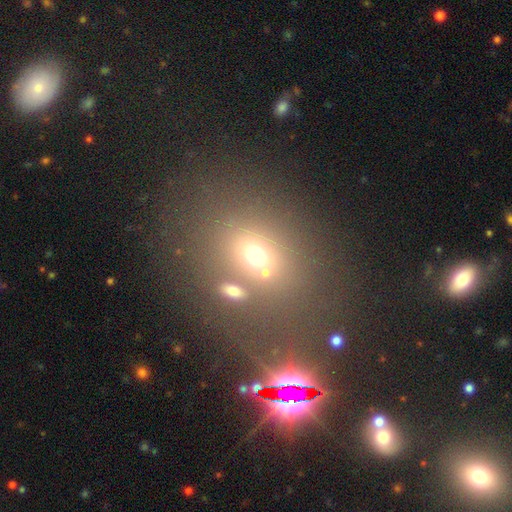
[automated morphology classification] This appears to be a smooth galaxy with no disk features (56%) that is round (53%). Merging: none (59%).